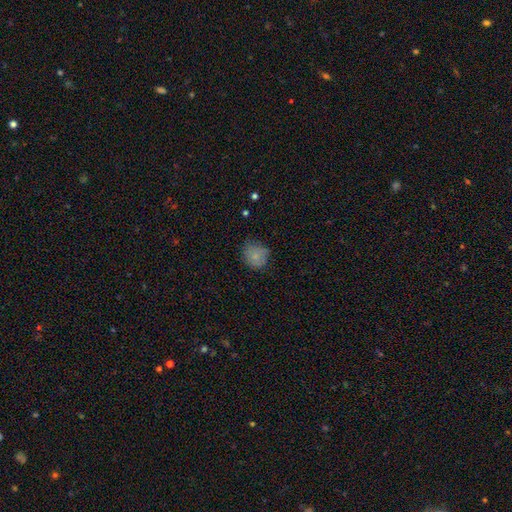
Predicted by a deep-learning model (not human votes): Morphology: type=smooth (78%); roundness=round (80%); merging=none (59%).